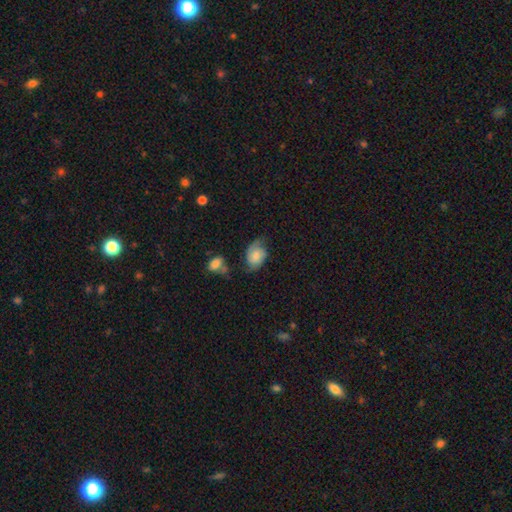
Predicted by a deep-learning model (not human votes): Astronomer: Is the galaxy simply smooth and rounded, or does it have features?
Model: smooth — 51% (runner-up: featured or disk, 40%).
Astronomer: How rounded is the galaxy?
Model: in between — 71%.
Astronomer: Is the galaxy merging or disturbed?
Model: none — 48% (runner-up: minor disturbance, 31%).